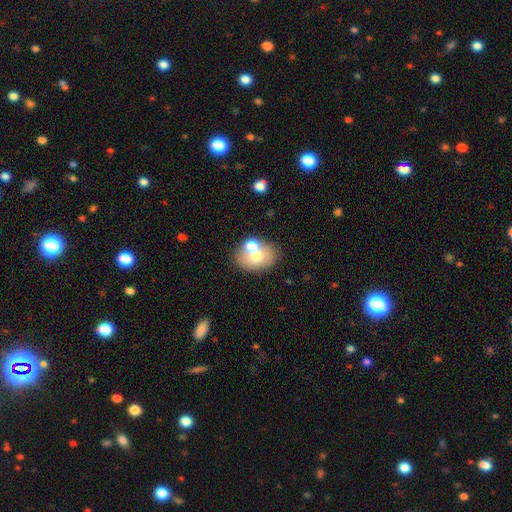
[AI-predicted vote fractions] Smooth or featured: smooth — 67% (featured or disk — 24%)
How rounded: in between — 65% (round — 34%)
Merging: none — 56% (merger — 30%)